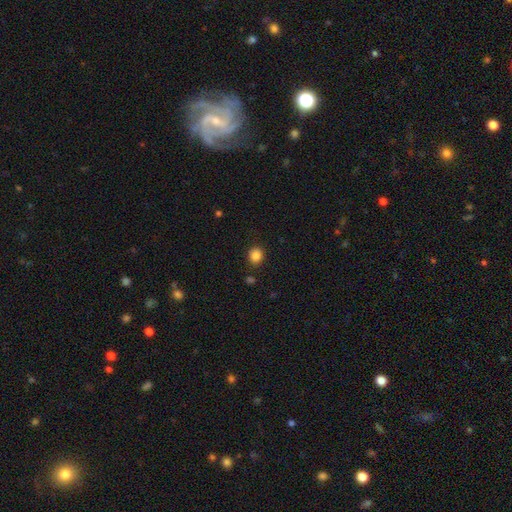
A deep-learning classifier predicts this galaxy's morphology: smooth-or-featured: smooth: 86% | star or artifact: 11% | featured or disk: 3%
  how-rounded: round: 78% | in between: 21% | cigar-shaped: 1%
  merging: none: 88% | minor disturbance: 8% | major disturbance: 2% | merger: 2%